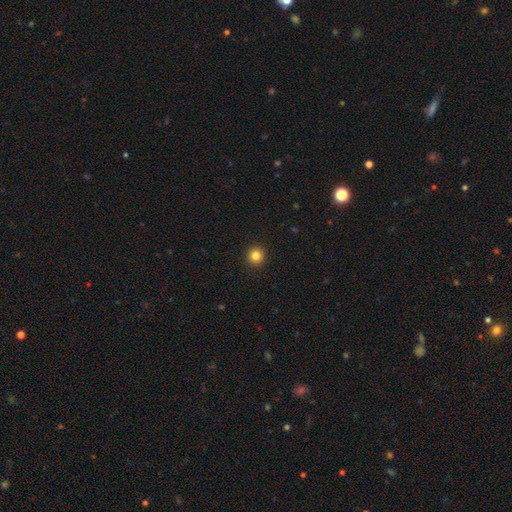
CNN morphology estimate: A smooth galaxy with no disk features (83%) that is round (94%).

Vote fractions:
- Smooth or featured? smooth: 83% / star or artifact: 12% / featured or disk: 5%
- How rounded? round: 94% / in between: 5% / cigar-shaped: 1%
- Merging? none: 93% / minor disturbance: 4% / major disturbance: 2% / merger: 1%